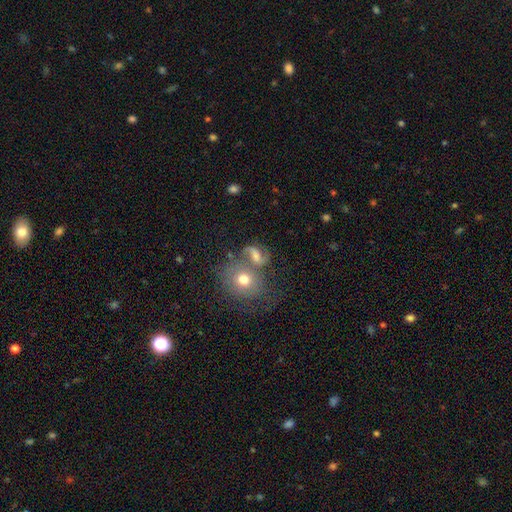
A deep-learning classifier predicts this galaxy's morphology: Q: Smooth or featured?
A: featured or disk (55%); runner-up: smooth (32%)
Q: Edge-on disk?
A: no (97%); runner-up: yes (3%)
Q: Bar?
A: no (43%); runner-up: weak (40%)
Q: Spiral arms?
A: yes (85%); runner-up: no (15%)
Q: Bulge size?
A: moderate (50%); runner-up: small (26%)
Q: Merging?
A: none (42%); runner-up: merger (31%)